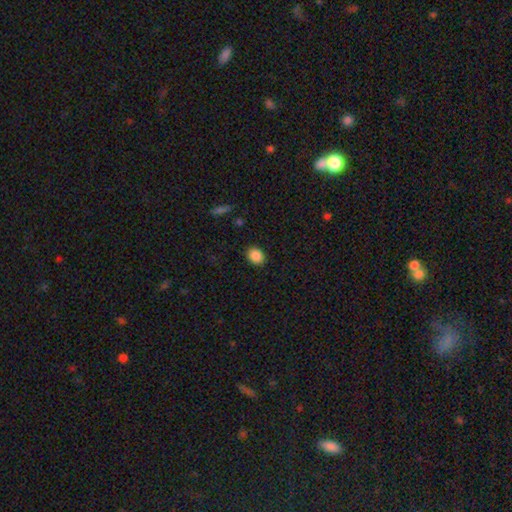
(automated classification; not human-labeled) Q: Smooth or featured?
A: smooth (87%); runner-up: star or artifact (9%)
Q: How rounded?
A: in between (51%); runner-up: round (48%)
Q: Merging?
A: none (89%); runner-up: minor disturbance (8%)